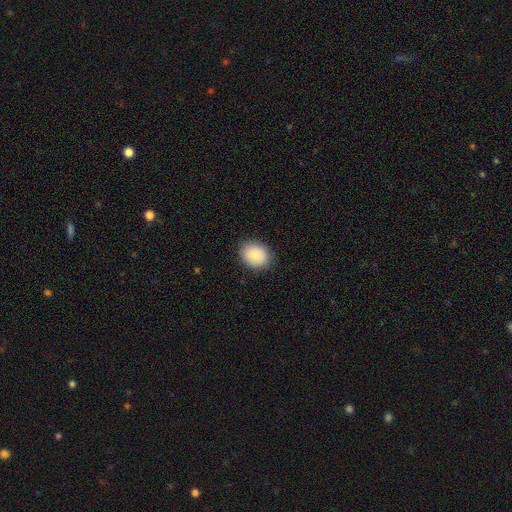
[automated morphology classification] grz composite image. It shows a smooth galaxy with no disk features (84%) that is in between round and cigar-shaped (51%). Merging: none (88%).